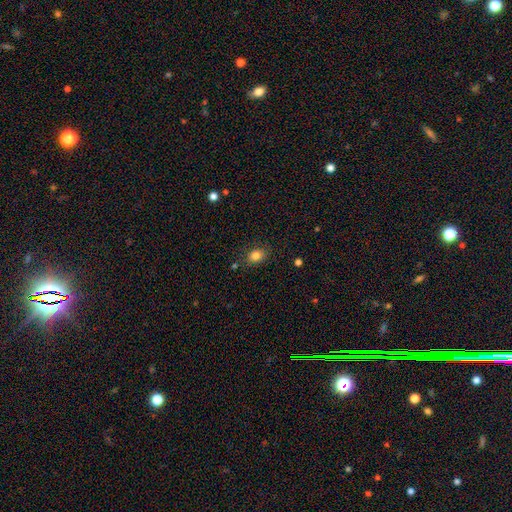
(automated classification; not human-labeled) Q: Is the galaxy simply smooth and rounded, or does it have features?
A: smooth — 83%.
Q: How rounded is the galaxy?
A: in between — 66%.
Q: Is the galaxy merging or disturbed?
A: none — 81%.